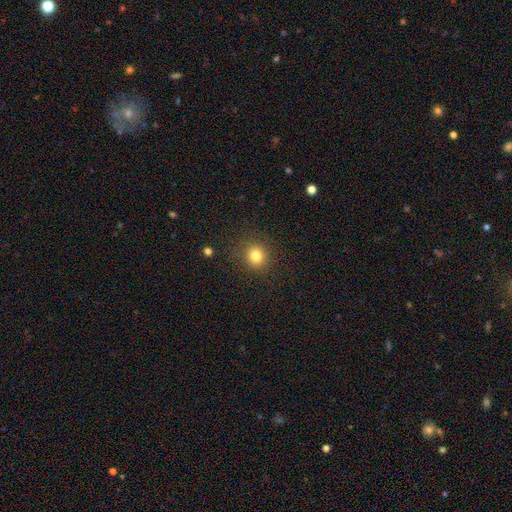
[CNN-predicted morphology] smooth-or-featured: smooth: 81% | star or artifact: 13% | featured or disk: 7%
  how-rounded: round: 84% | in between: 15% | cigar-shaped: 1%
  merging: none: 87% | minor disturbance: 8% | major disturbance: 3% | merger: 1%